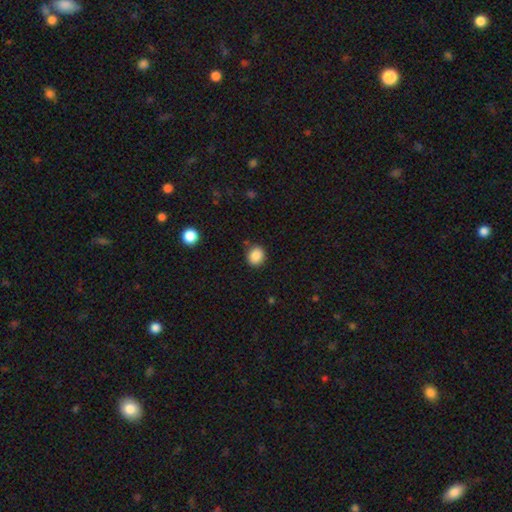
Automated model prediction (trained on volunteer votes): A smooth galaxy with no disk features (87%) that is round (76%).

Vote fractions:
- Smooth or featured? smooth: 87% / star or artifact: 9% / featured or disk: 4%
- How rounded? round: 76% / in between: 23% / cigar-shaped: 1%
- Merging? none: 85% / minor disturbance: 10% / major disturbance: 3% / merger: 2%